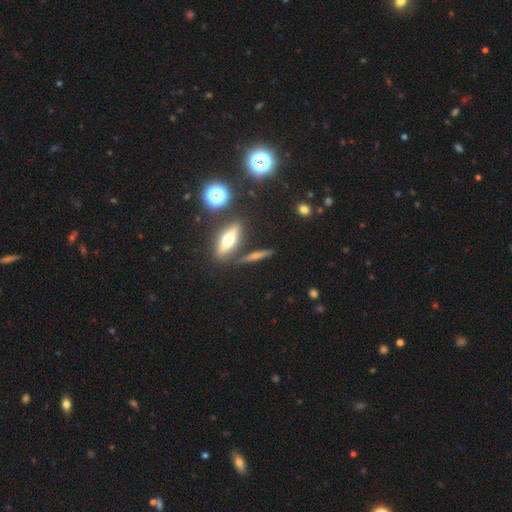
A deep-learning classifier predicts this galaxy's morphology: Smooth or featured: smooth — 44% (featured or disk — 41%)
Merging: none — 77% (minor disturbance — 10%)